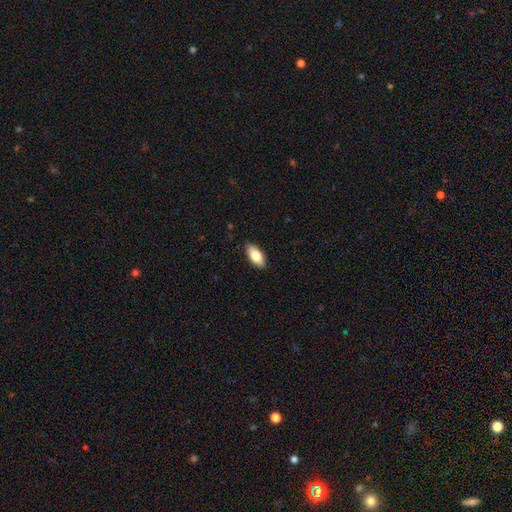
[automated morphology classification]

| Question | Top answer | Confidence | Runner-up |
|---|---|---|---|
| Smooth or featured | smooth | 80% | featured or disk (14%) |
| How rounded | in between | 90% | cigar-shaped (7%) |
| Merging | none | 87% | minor disturbance (10%) |